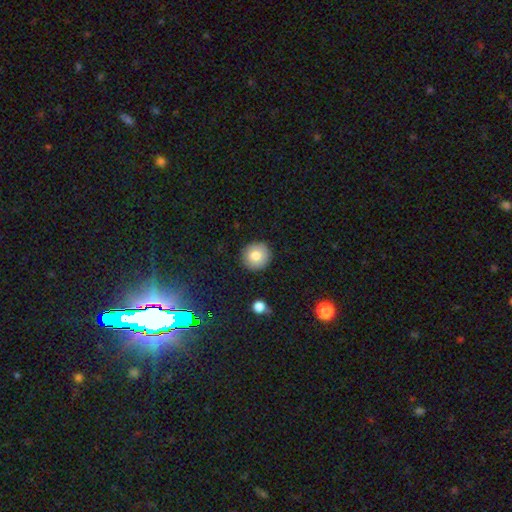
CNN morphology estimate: The model was most divided on "smooth or featured": smooth: 80%, featured or disk: 11%, star or artifact: 9%. More confident: how rounded — round (93%); merging — none (90%).